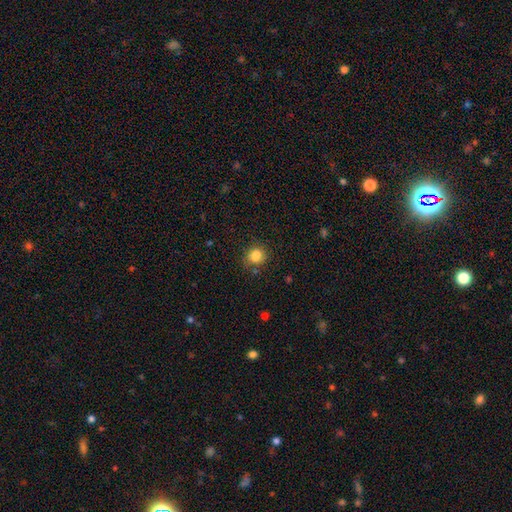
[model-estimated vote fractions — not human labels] Smooth or featured?
  - smooth: 85% *
  - star or artifact: 11%
  - featured or disk: 5%
How rounded?
  - round: 81% *
  - in between: 18%
  - cigar-shaped: 1%
Merging?
  - none: 79% *
  - minor disturbance: 15%
  - major disturbance: 4%
  - merger: 3%